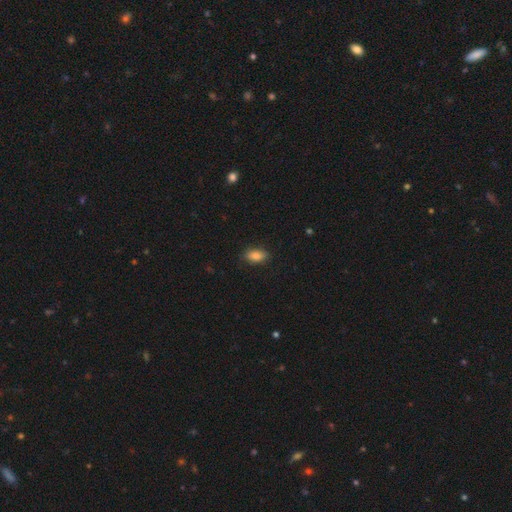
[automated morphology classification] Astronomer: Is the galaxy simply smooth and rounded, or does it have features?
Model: smooth — 85%.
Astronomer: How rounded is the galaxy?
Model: in between — 89%.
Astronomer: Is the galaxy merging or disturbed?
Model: none — 85%.